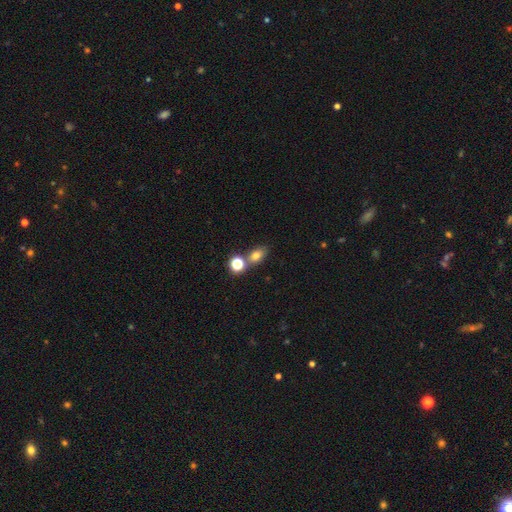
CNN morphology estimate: This is likely a smooth galaxy (73%). How rounded: likely in between (69%). Merging: likely none (61%).